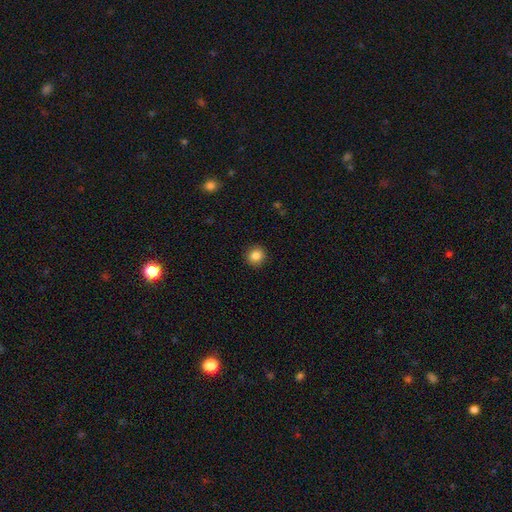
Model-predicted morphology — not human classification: This appears to be a smooth galaxy with no disk features (86%) that is round (89%). Merging: none (91%).